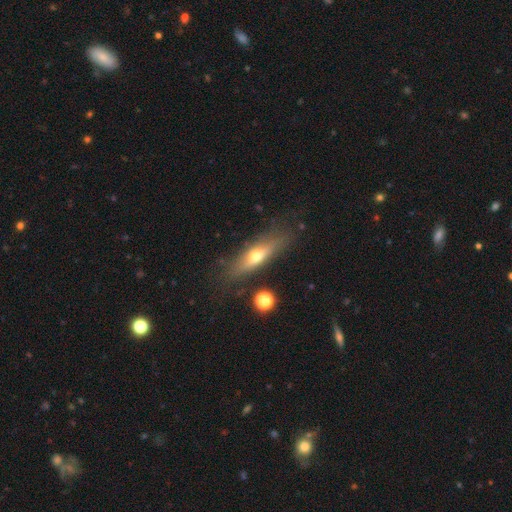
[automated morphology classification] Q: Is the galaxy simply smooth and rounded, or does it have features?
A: featured or disk — 46%, tied with smooth.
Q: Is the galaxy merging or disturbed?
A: none — 79%.